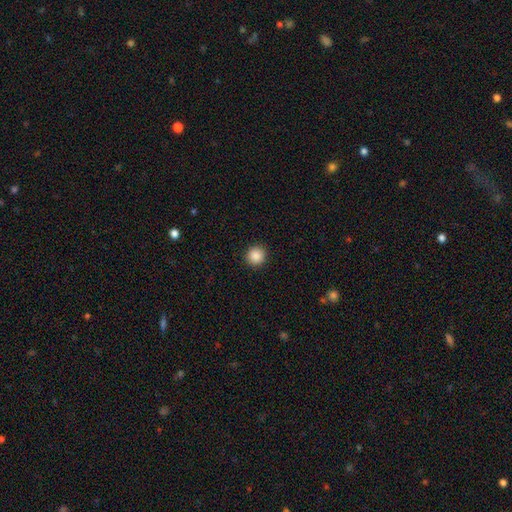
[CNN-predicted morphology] smooth-or-featured: smooth: 88% | star or artifact: 10% | featured or disk: 3%
  how-rounded: round: 94% | in between: 5% | cigar-shaped: 1%
  merging: none: 93% | minor disturbance: 5% | major disturbance: 2% | merger: 1%